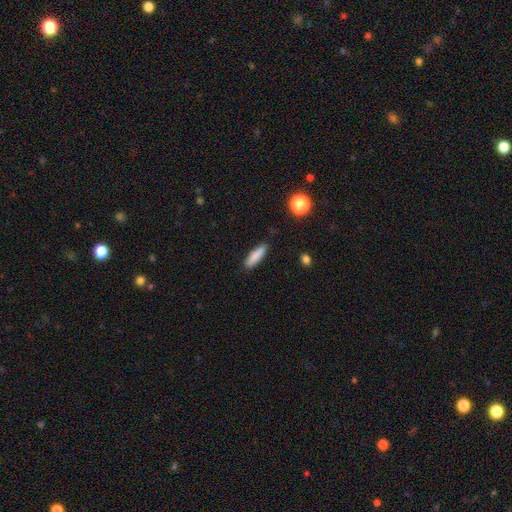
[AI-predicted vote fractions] The model was most divided on "how rounded": cigar-shaped: 63%, in between: 35%, round: 2%. More confident: merging — none (86%); smooth or featured — smooth (86%).